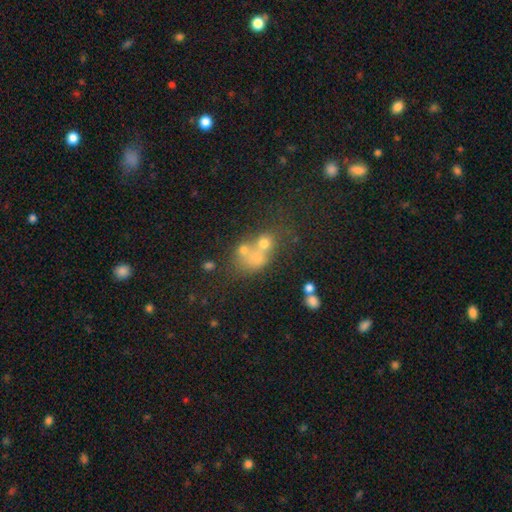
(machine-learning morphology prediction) This is possibly a smooth galaxy (56%). How rounded: possibly round (56%). Merging: possibly merger (52%).